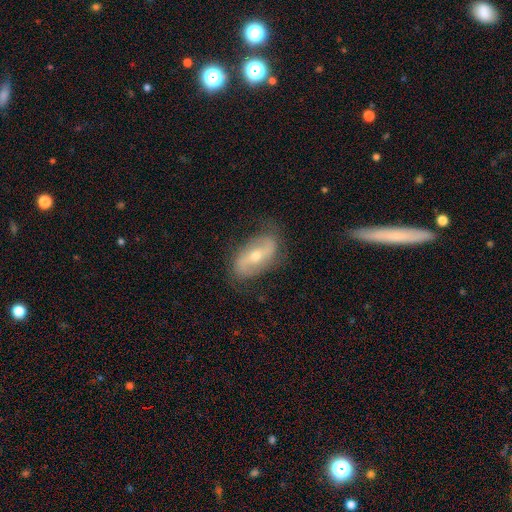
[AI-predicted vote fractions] The model was most divided on "bar": strong: 41%, weak: 34%, no: 25%. More confident: edge-on disk — no (93%); spiral arm count — 2 (89%); spiral arms — yes (87%); smooth or featured — featured or disk (78%); merging — none (77%); spiral winding — loose (54%); bulge size — moderate (53%).